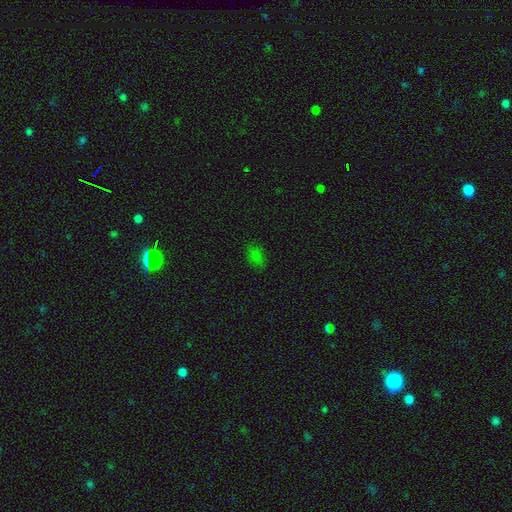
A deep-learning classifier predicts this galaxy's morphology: Overall: smooth (73%). How rounded: in between (79%). Merging: none (79%).